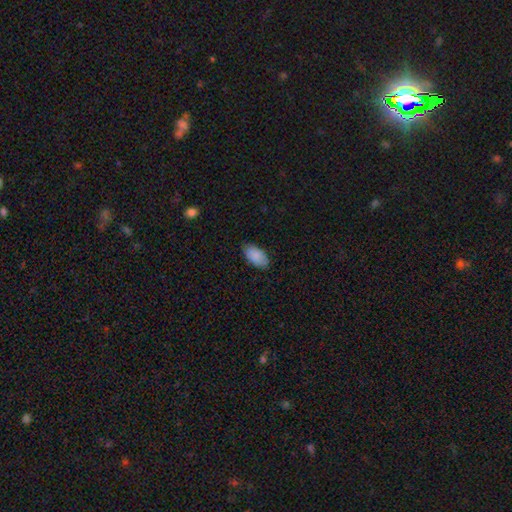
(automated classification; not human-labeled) This is clearly a smooth galaxy (87%). How rounded: clearly in between (95%). Merging: clearly none (82%).